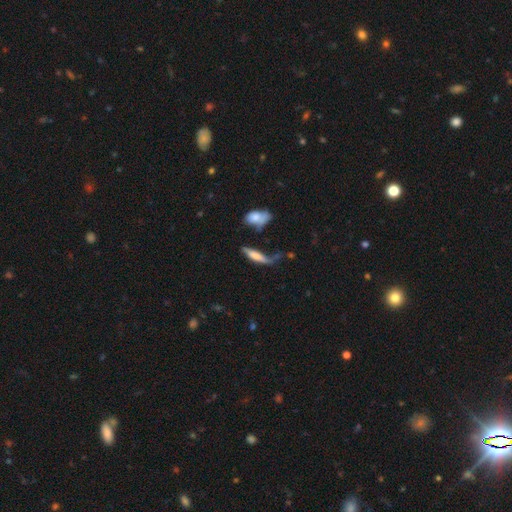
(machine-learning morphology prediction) Smooth or featured? smooth (62%)
How rounded? cigar-shaped (63%)
Merging? none (35%)